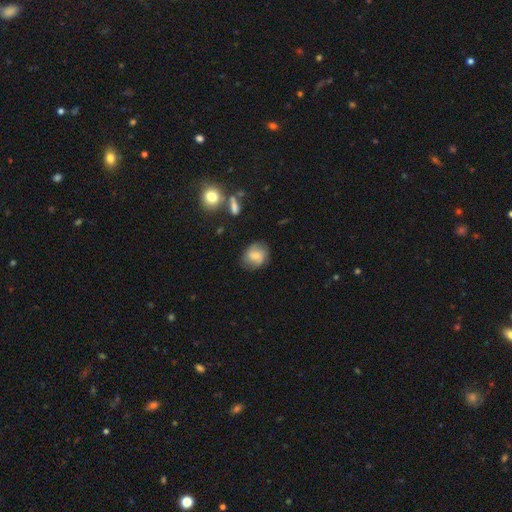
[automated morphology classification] smooth_or_featured: smooth (p=0.55) [alt: featured or disk p=0.36]
how_rounded: round (p=0.63) [alt: in between p=0.35]
merging: none (p=0.74) [alt: minor disturbance p=0.18]